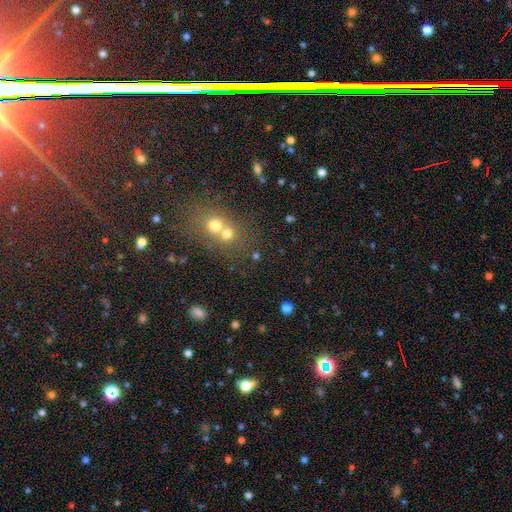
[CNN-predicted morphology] Q: Smooth or featured?
A: smooth (58%); runner-up: star or artifact (27%)
Q: How rounded?
A: round (76%); runner-up: in between (23%)
Q: Merging?
A: merger (50%); runner-up: none (41%)